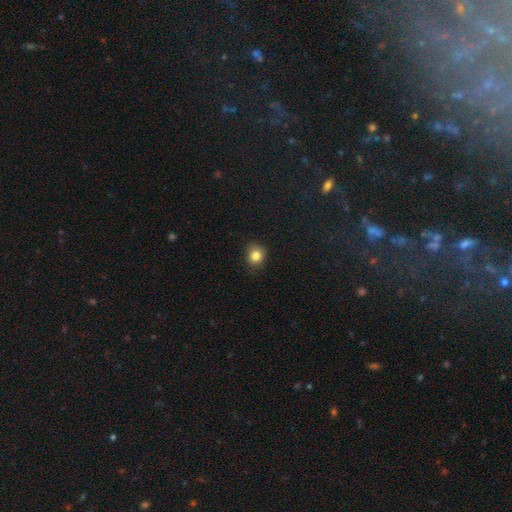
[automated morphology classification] The model was most divided on "how rounded": round: 73%, in between: 26%, cigar-shaped: 1%. More confident: smooth or featured — smooth (84%); merging — none (76%).